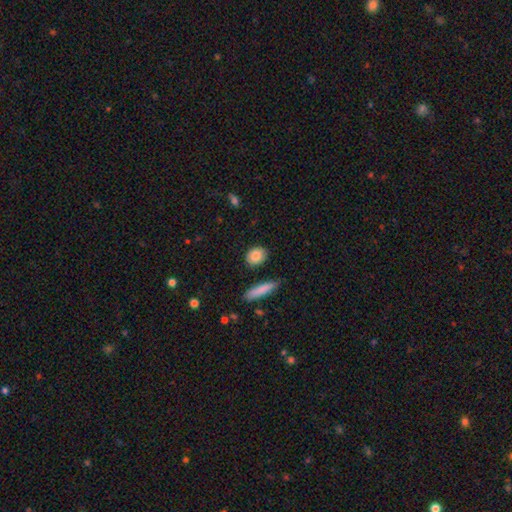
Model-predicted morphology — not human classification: Smooth or featured?
  - smooth: 85% *
  - featured or disk: 8%
  - star or artifact: 7%
How rounded?
  - in between: 53% *
  - round: 42%
  - cigar-shaped: 5%
Merging?
  - none: 85% *
  - minor disturbance: 10%
  - merger: 3%
  - major disturbance: 2%